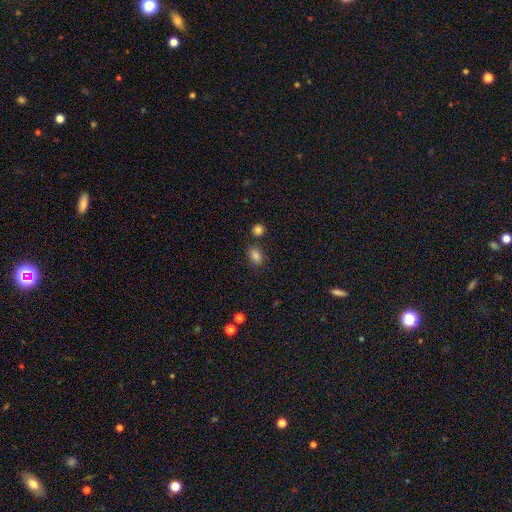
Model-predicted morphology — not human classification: smooth-or-featured: smooth: 83% | star or artifact: 11% | featured or disk: 6%
  how-rounded: in between: 70% | round: 29% | cigar-shaped: 1%
  merging: none: 77% | minor disturbance: 12% | merger: 9% | major disturbance: 3%